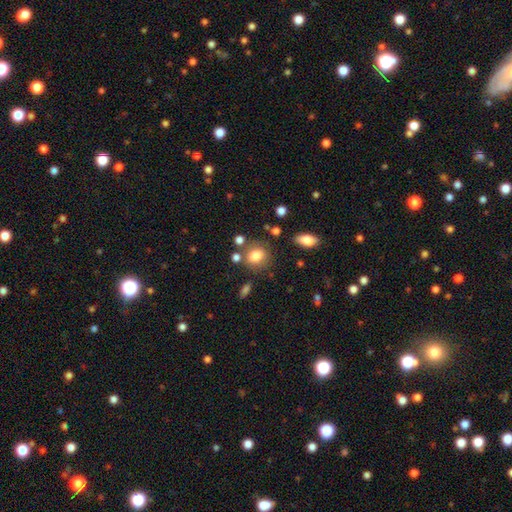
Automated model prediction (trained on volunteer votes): Q: Smooth or featured?
A: smooth (81%); runner-up: star or artifact (10%)
Q: How rounded?
A: round (64%); runner-up: in between (34%)
Q: Merging?
A: none (73%); runner-up: minor disturbance (15%)